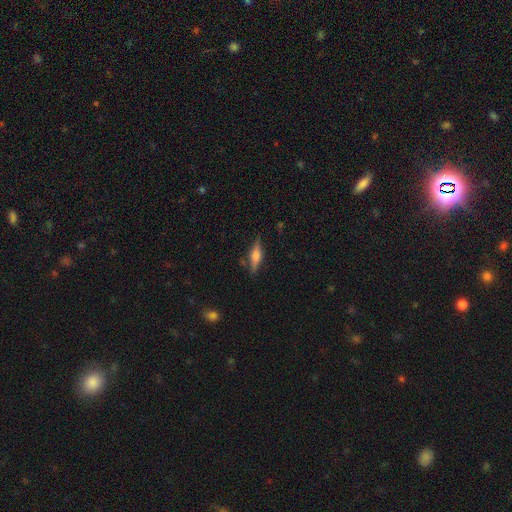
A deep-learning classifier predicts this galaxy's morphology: Smooth or featured? featured or disk (59%)
Edge-on disk? yes (95%)
Edge-on bulge? rounded (82%)
Merging? none (81%)